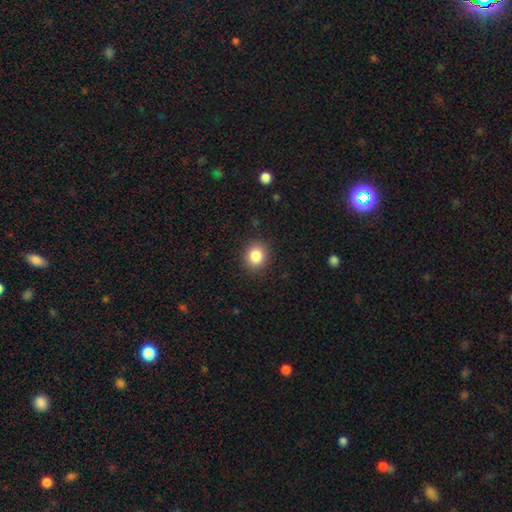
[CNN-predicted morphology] Smooth or featured? Predicted: smooth (p=0.85). How rounded? Predicted: round (p=0.77). Merging? Predicted: none (p=0.90).